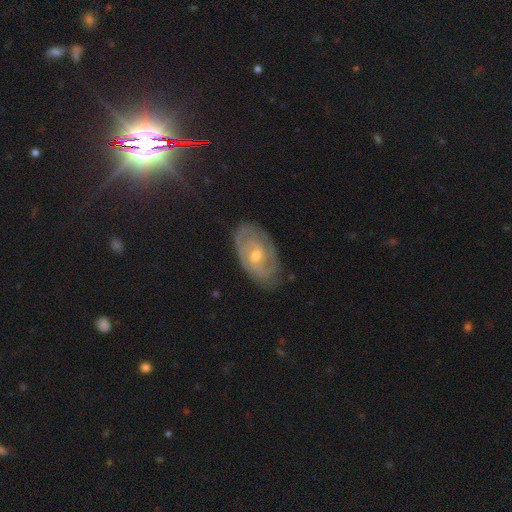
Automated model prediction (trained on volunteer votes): This appears to be a featured or disk galaxy (77%) with no bar (65%), tight (67%) spiral arms (85%) and a moderate central bulge (60%). Merging: none (76%).